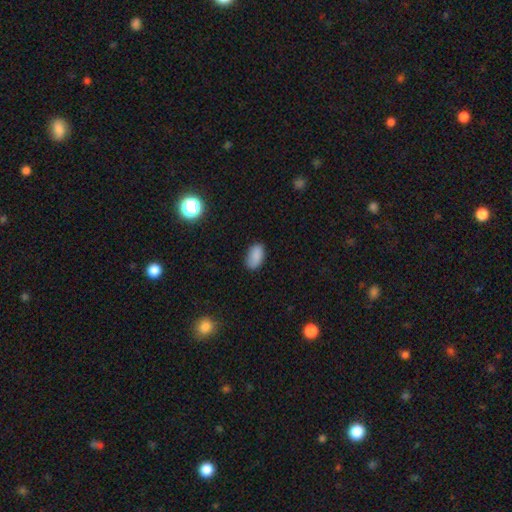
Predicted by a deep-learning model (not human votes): Smooth or featured?
  - smooth: 87% *
  - star or artifact: 9%
  - featured or disk: 4%
How rounded?
  - in between: 93% *
  - round: 5%
  - cigar-shaped: 2%
Merging?
  - none: 81% *
  - minor disturbance: 15%
  - major disturbance: 3%
  - merger: 1%